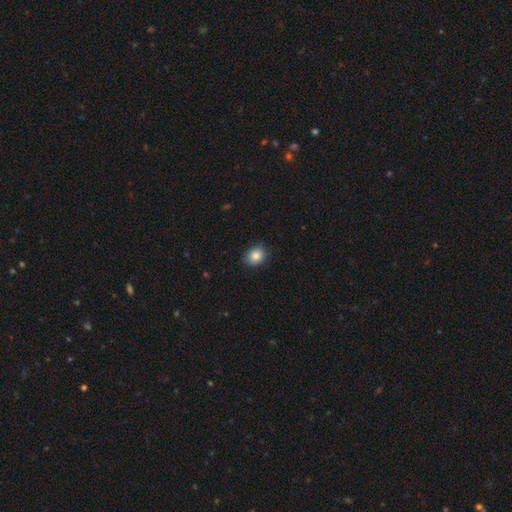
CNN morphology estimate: smooth 85%, star or artifact 9%, featured or disk 6%. Down the decision tree: how rounded — round (53%); merging — none (84%).